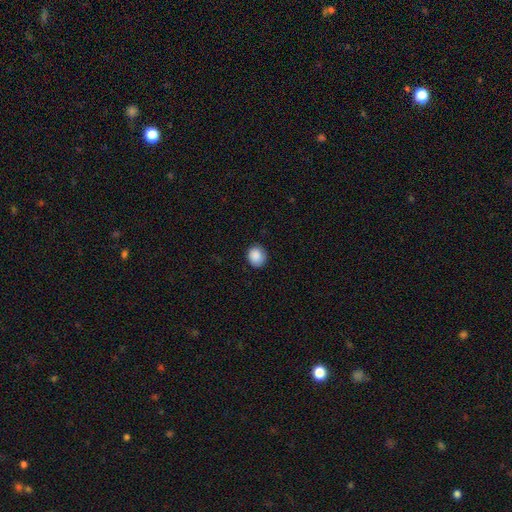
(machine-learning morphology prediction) type=smooth (88%); roundness=round (79%); merging=none (83%).